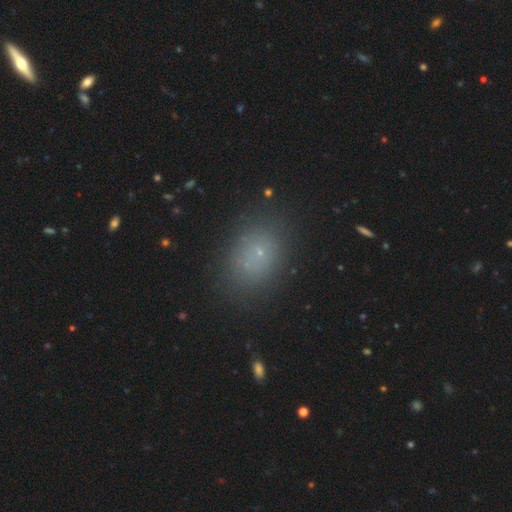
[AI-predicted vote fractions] The model was most divided on "how rounded": in between: 62%, round: 37%, cigar-shaped: 1%. More confident: merging — none (82%); smooth or featured — smooth (68%).